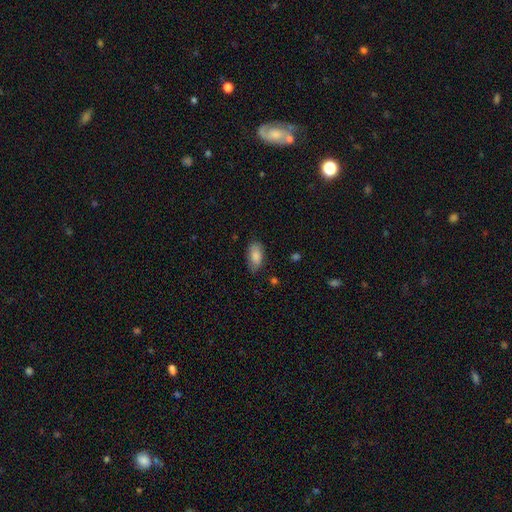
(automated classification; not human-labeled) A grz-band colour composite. It shows a smooth galaxy with no disk features (85%) that is in between round and cigar-shaped (92%). Merging: none (78%).